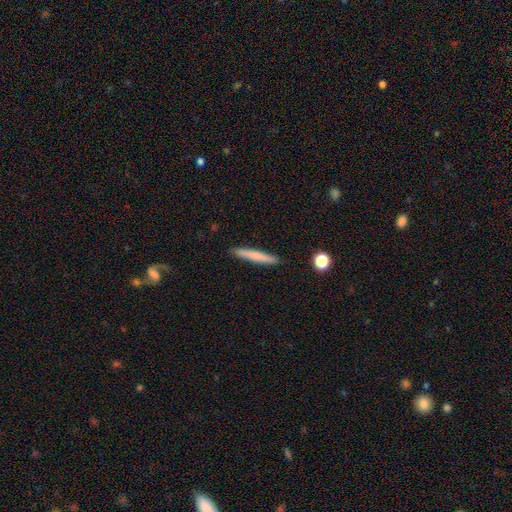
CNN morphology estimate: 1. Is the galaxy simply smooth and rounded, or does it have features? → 69% smooth, 25% featured or disk, 6% star or artifact.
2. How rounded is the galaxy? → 95% cigar-shaped, 3% in between, 1% round.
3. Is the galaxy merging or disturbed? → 91% none, 6% minor disturbance, 1% merger, 1% major disturbance.